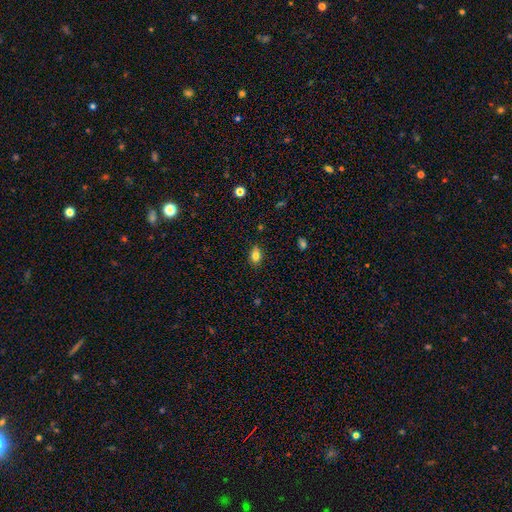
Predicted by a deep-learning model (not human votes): Morphology: type=smooth (80%); roundness=in between (76%); merging=none (83%).